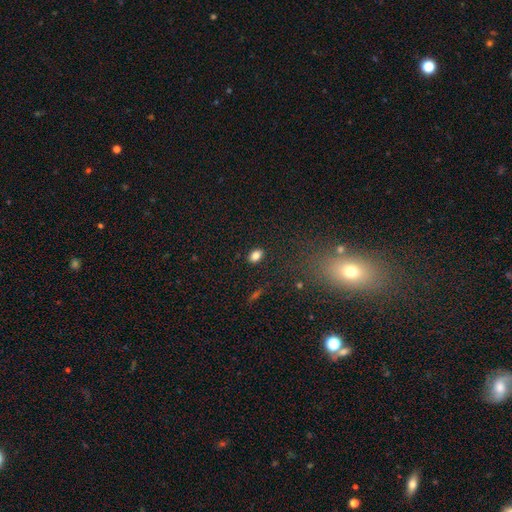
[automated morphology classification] smooth 83%, star or artifact 10%, featured or disk 7%. Down the decision tree: how rounded — in between (81%); merging — none (88%).